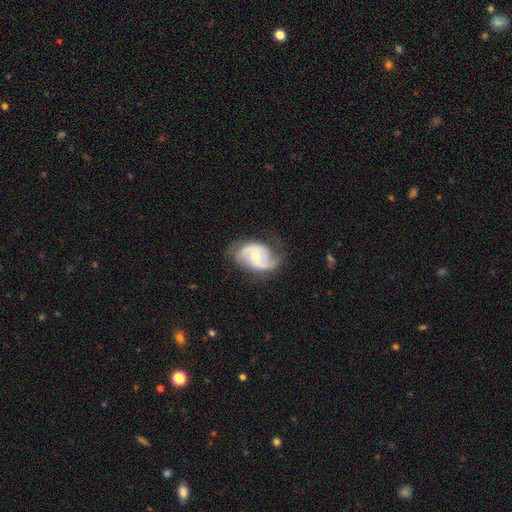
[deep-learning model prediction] smooth_or_featured: featured or disk (p=0.83) [alt: smooth p=0.12]
disk_edge_on: no (p=0.97) [alt: yes p=0.03]
bar: no (p=0.58) [alt: weak p=0.34]
has_spiral_arms: yes (p=0.94) [alt: no p=0.06]
spiral_winding: medium (p=0.46) [alt: tight p=0.30]
spiral_arm_count: 2 (p=0.74) [alt: can't tell p=0.10]
bulge_size: moderate (p=0.49) [alt: small p=0.48]
merging: none (p=0.63) [alt: minor disturbance p=0.23]